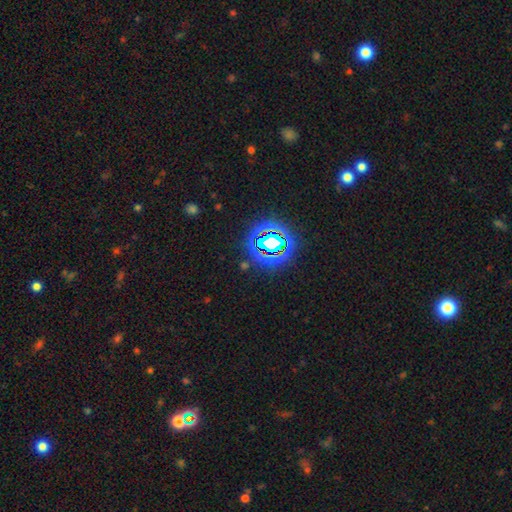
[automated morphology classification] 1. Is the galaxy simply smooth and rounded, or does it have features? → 80% star or artifact, 13% smooth, 8% featured or disk.